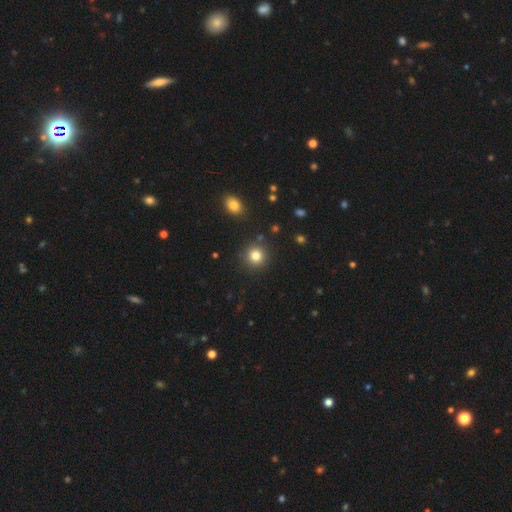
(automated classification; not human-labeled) smooth_or_featured: smooth (p=0.83) [alt: star or artifact p=0.11]
how_rounded: round (p=0.92) [alt: in between p=0.07]
merging: none (p=0.88) [alt: minor disturbance p=0.06]